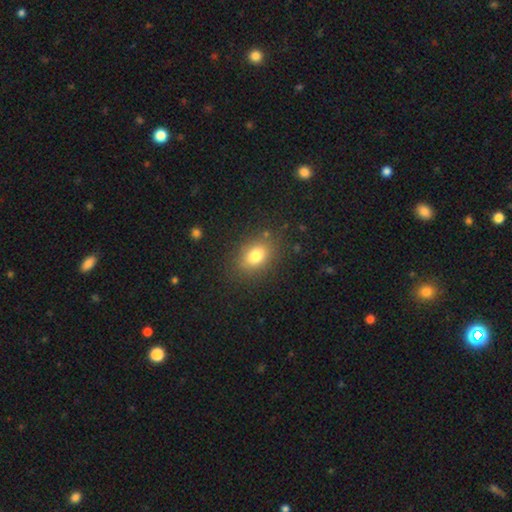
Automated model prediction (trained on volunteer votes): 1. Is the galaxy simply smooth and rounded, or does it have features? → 80% smooth, 11% star or artifact, 9% featured or disk.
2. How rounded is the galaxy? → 73% in between, 26% round, 2% cigar-shaped.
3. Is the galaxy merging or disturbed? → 82% none, 12% minor disturbance, 4% major disturbance, 2% merger.